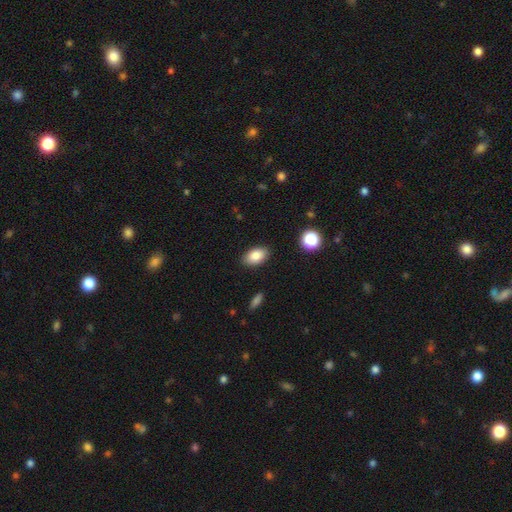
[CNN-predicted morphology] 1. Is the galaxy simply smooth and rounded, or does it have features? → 85% smooth, 8% star or artifact, 7% featured or disk.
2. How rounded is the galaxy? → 91% in between, 8% round, 2% cigar-shaped.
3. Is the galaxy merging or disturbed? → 88% none, 9% minor disturbance, 2% major disturbance, 1% merger.